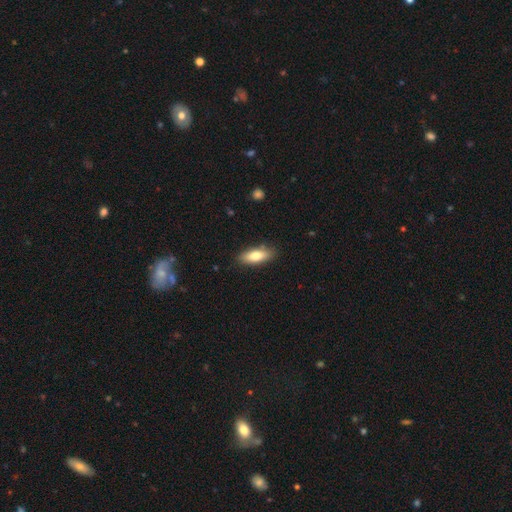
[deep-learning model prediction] smooth_or_featured: smooth (p=0.78) [alt: featured or disk p=0.15]
how_rounded: in between (p=0.69) [alt: cigar-shaped p=0.29]
merging: none (p=0.85) [alt: minor disturbance p=0.11]